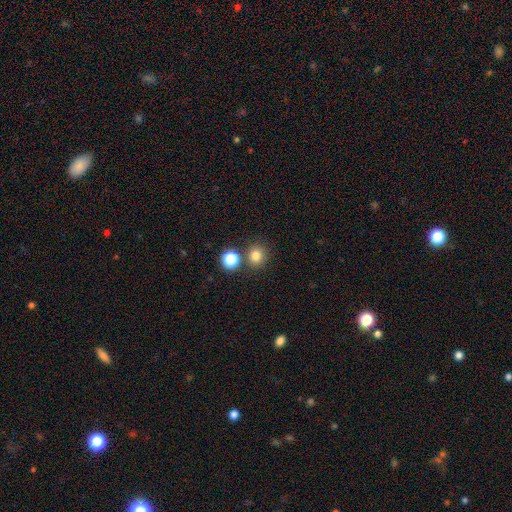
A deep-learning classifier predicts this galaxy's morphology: Smooth or featured? Predicted: smooth (p=0.79). How rounded? Predicted: round (p=0.86). Merging? Predicted: none (p=0.76).